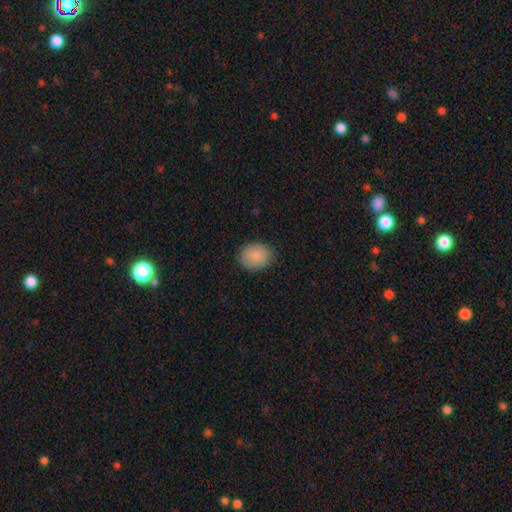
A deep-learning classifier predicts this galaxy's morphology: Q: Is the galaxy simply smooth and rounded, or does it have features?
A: smooth — 88%.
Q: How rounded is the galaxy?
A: round — 51%.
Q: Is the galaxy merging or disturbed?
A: none — 85%.